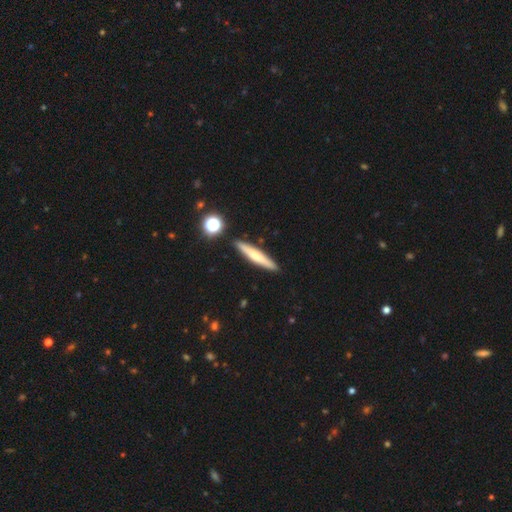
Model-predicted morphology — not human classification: Smooth or featured? Predicted: smooth (p=0.56). How rounded? Predicted: cigar-shaped (p=0.92). Merging? Predicted: none (p=0.89).